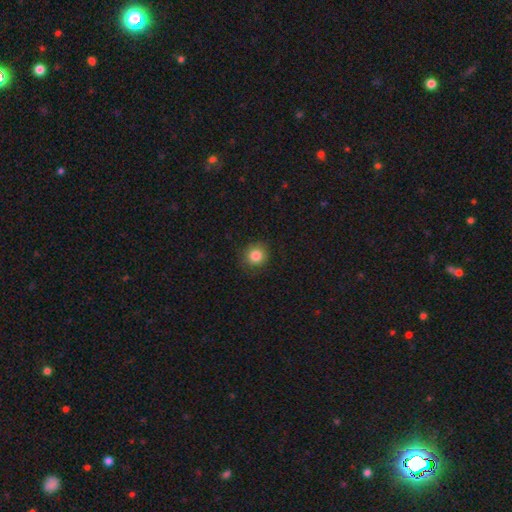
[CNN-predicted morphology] Overall: smooth (84%). How rounded: round (90%). Merging: none (87%).